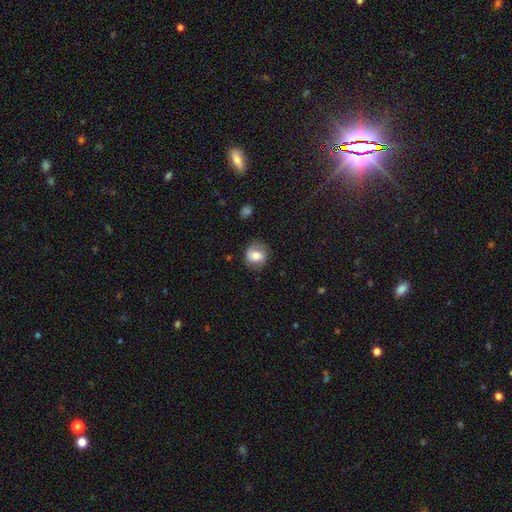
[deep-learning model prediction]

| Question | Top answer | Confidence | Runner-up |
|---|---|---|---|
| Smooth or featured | smooth | 61% | featured or disk (30%) |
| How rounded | round | 79% | in between (20%) |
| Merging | none | 77% | minor disturbance (16%) |